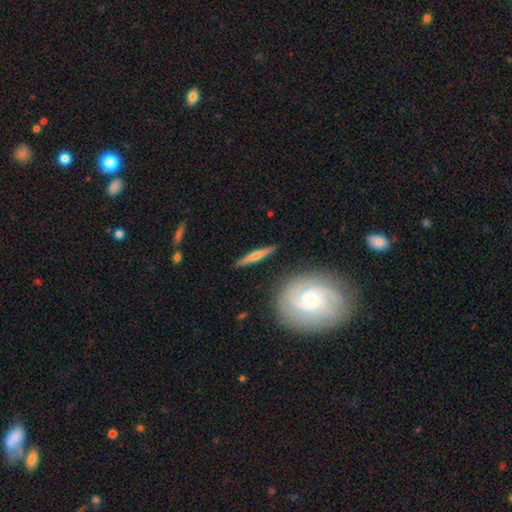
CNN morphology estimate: Q: Smooth or featured?
A: featured or disk (65%); runner-up: smooth (29%)
Q: Edge-on disk?
A: yes (89%); runner-up: no (11%)
Q: Edge-on bulge?
A: rounded (76%); runner-up: none (17%)
Q: Merging?
A: none (87%); runner-up: minor disturbance (8%)